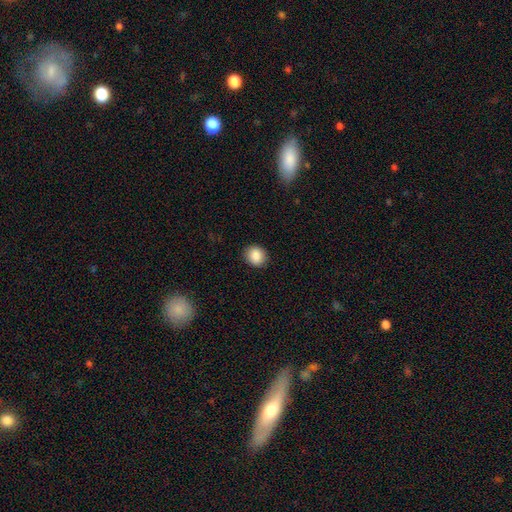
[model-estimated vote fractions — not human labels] Morphology: type=smooth (88%); roundness=round (72%); merging=none (90%).